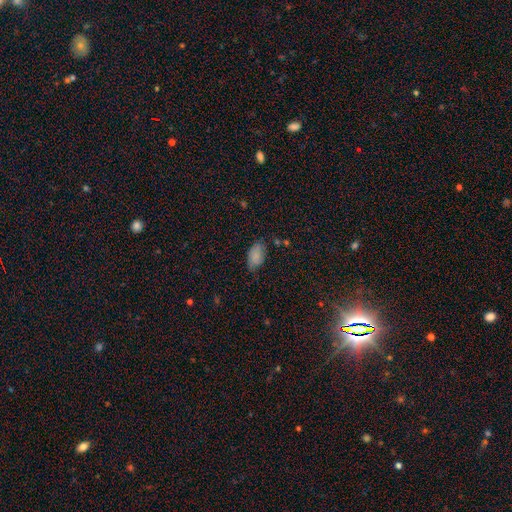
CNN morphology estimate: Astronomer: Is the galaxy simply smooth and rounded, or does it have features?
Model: smooth — 85%.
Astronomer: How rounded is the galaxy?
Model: in between — 93%.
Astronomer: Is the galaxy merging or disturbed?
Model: none — 72%.